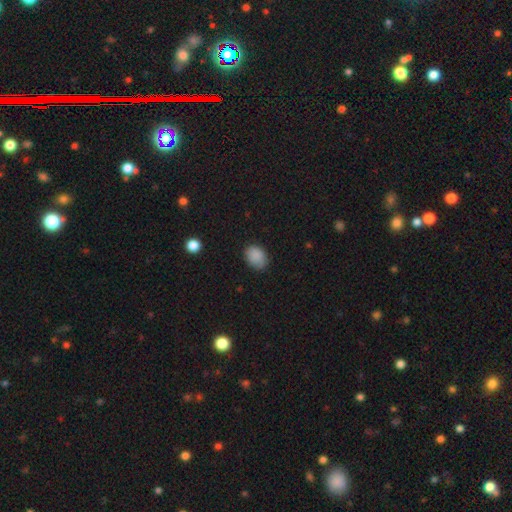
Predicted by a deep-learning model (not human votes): smooth 87%, star or artifact 9%, featured or disk 4%. Down the decision tree: how rounded — in between (63%); merging — none (76%).